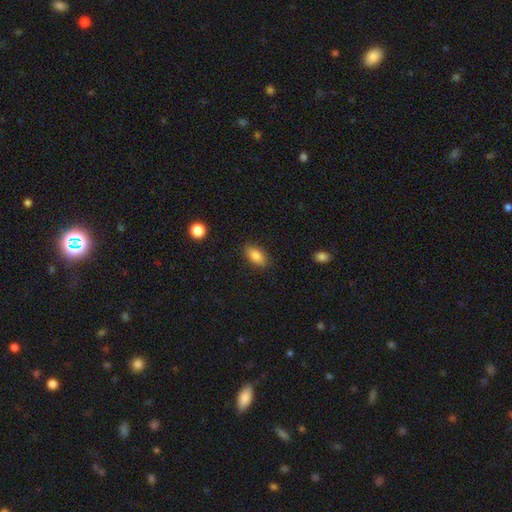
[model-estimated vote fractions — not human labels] The model was most divided on "merging": none: 86%, minor disturbance: 10%, major disturbance: 3%, merger: 1%. More confident: how rounded — in between (90%); smooth or featured — smooth (85%).